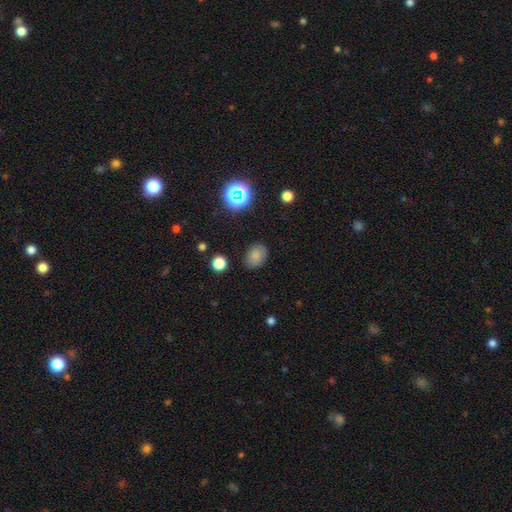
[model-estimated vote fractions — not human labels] A smooth galaxy with no disk features (79%) that is in between round and cigar-shaped (72%). Merging: none (83%).